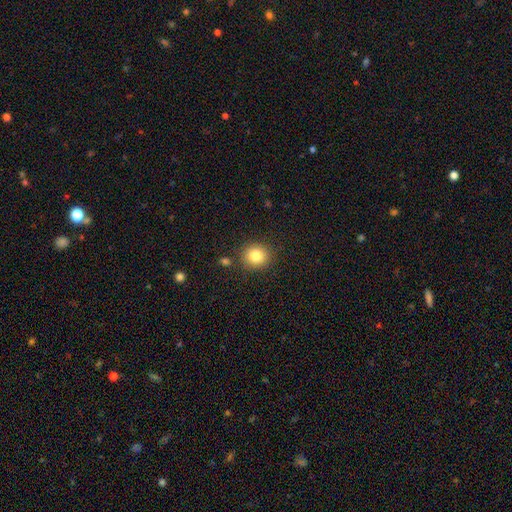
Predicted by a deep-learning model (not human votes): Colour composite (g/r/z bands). It shows a smooth galaxy with no disk features (84%) that is round (84%). Merging: none (85%).